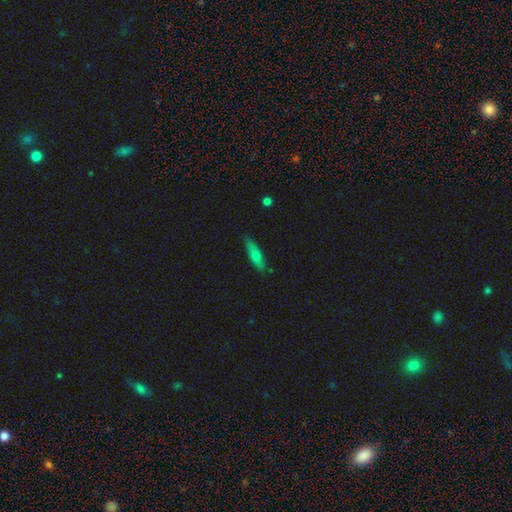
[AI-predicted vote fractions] Overall: smooth (60%; featured or disk 33%). How rounded: cigar-shaped (64%; in between 33%). Merging: none (80%).